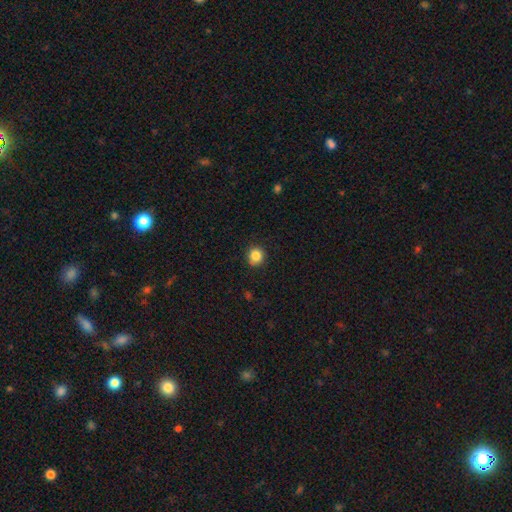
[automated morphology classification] Smooth or featured: smooth — 85% (star or artifact — 10%)
How rounded: round — 88% (in between — 11%)
Merging: none — 88% (minor disturbance — 9%)